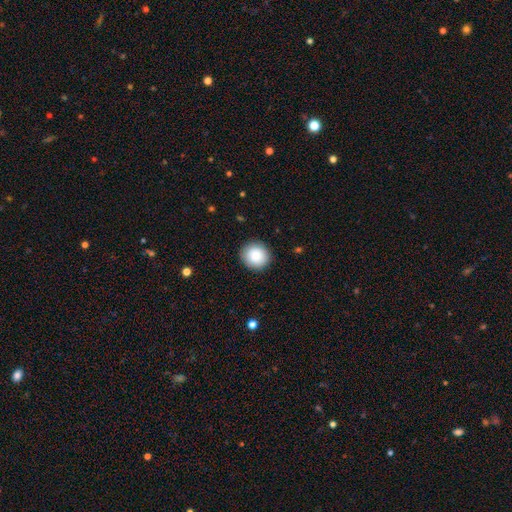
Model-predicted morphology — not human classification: Smooth or featured? smooth (87%)
How rounded? round (91%)
Merging? none (90%)